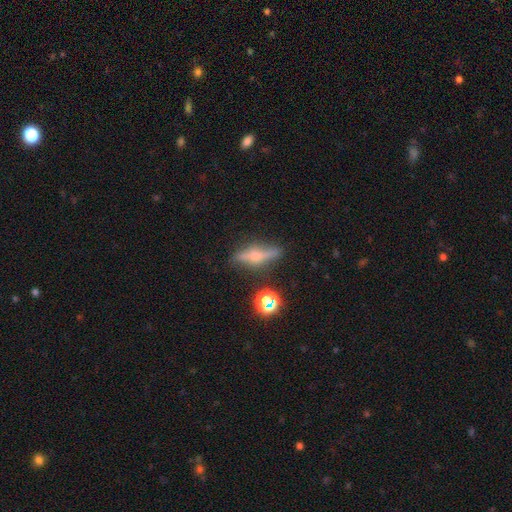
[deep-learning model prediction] A featured or disk galaxy (61%) viewed edge-on (91%) with a rounded central bulge (86%). Merging: none (80%).